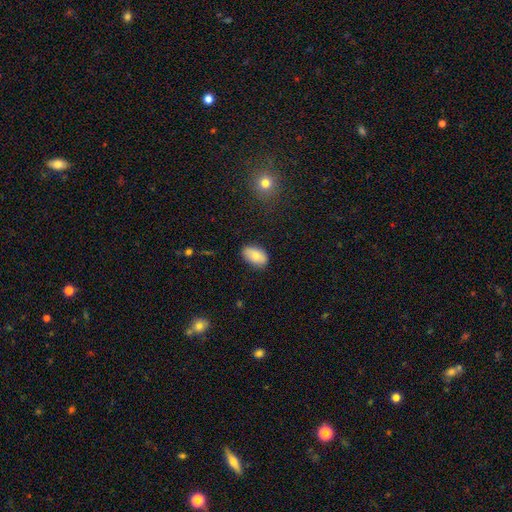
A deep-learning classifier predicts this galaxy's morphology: This is clearly a smooth galaxy (81%). How rounded: clearly in between (91%). Merging: clearly none (81%).